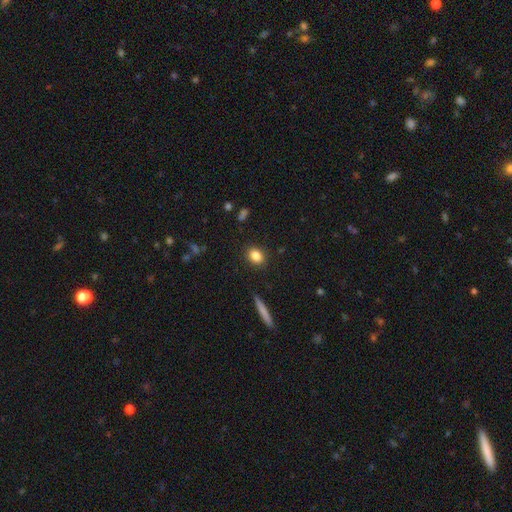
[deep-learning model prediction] Smooth or featured? Predicted: smooth (p=0.84). How rounded? Predicted: in between (p=0.56). Merging? Predicted: none (p=0.89).